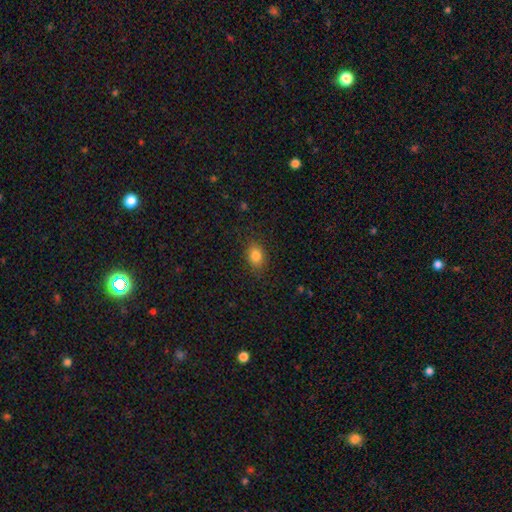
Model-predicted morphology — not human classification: Smooth or featured: smooth — 83% (star or artifact — 10%)
How rounded: in between — 69% (round — 29%)
Merging: none — 86% (minor disturbance — 10%)